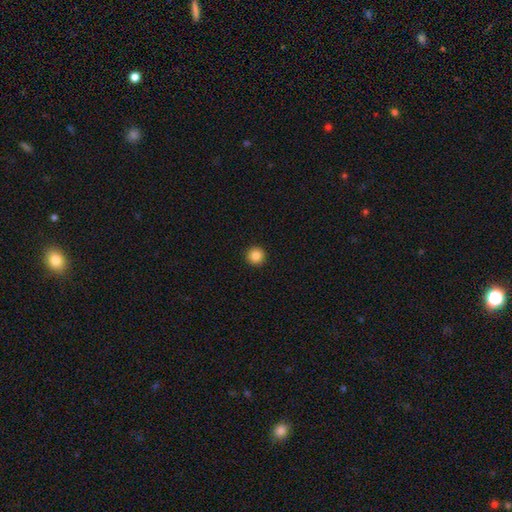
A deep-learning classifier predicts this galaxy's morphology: Overall: smooth (85%). How rounded: round (96%). Merging: none (94%).